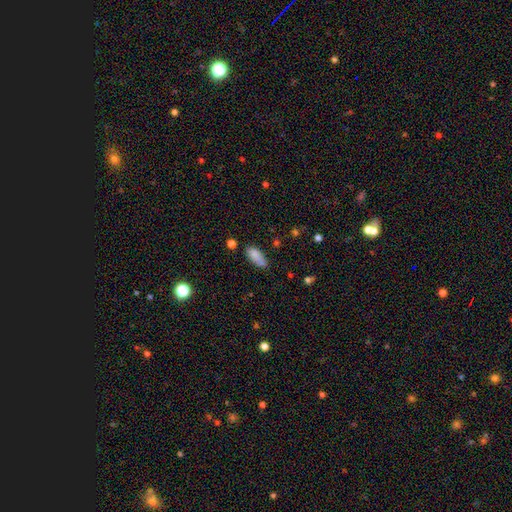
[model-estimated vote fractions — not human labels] Smooth or featured? smooth (84%)
How rounded? in between (82%)
Merging? none (64%)